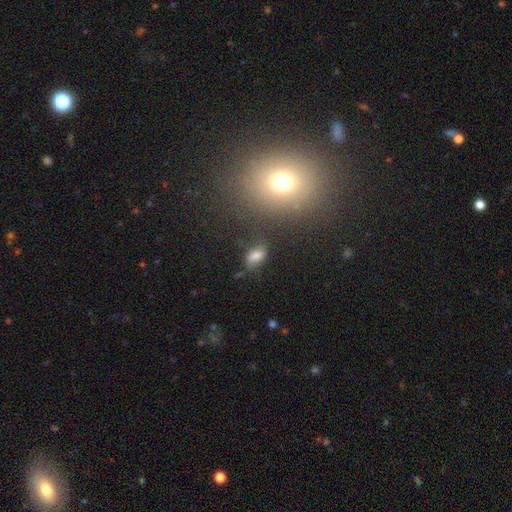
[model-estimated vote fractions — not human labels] smooth 73%, star or artifact 14%, featured or disk 13%. Down the decision tree: how rounded — in between (88%); merging — none (55%).